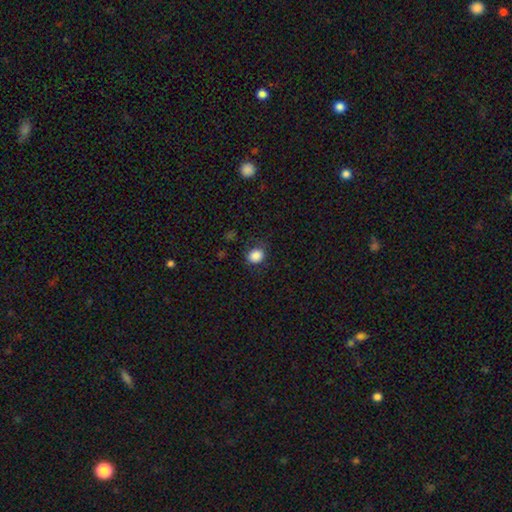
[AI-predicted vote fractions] Q: Smooth or featured?
A: smooth (86%); runner-up: star or artifact (10%)
Q: How rounded?
A: round (69%); runner-up: in between (30%)
Q: Merging?
A: none (80%); runner-up: minor disturbance (14%)